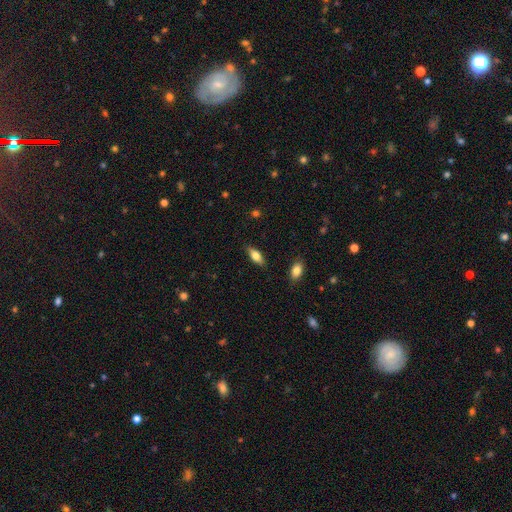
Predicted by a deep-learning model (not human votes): A smooth galaxy with no disk features (72%) that is in between round and cigar-shaped (76%). Merging: none (85%).